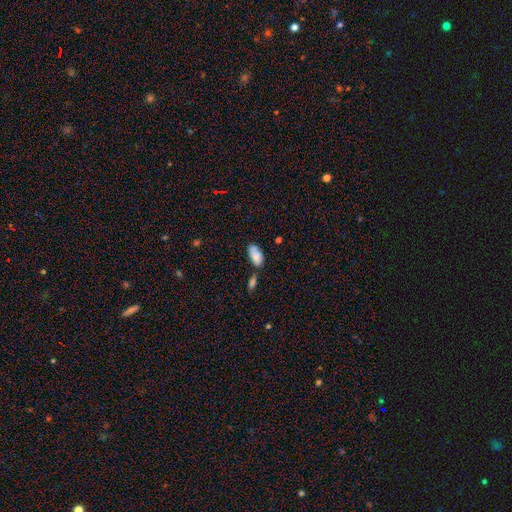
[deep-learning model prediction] Q: Smooth or featured?
A: smooth (82%); runner-up: featured or disk (10%)
Q: How rounded?
A: in between (92%); runner-up: cigar-shaped (5%)
Q: Merging?
A: none (50%); runner-up: minor disturbance (23%)